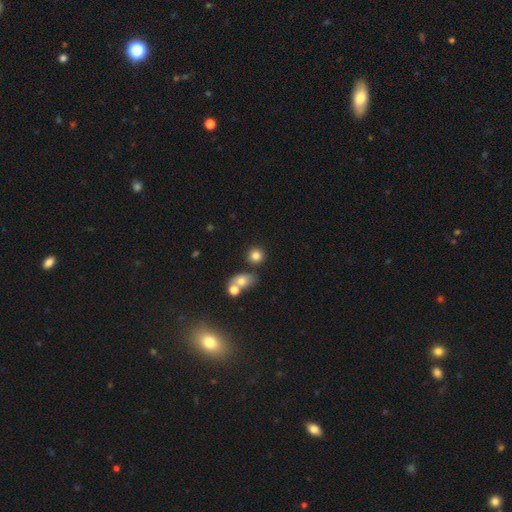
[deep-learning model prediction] A smooth galaxy with no disk features (79%) that is round (85%).

Vote fractions:
- Smooth or featured? smooth: 79% / star or artifact: 12% / featured or disk: 9%
- How rounded? round: 85% / in between: 14% / cigar-shaped: 1%
- Merging? none: 70% / merger: 17% / minor disturbance: 10% / major disturbance: 4%